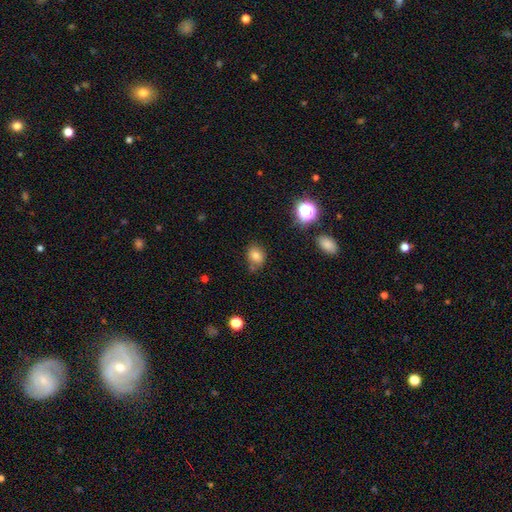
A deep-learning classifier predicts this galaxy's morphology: The model was most divided on "how rounded": round: 55%, in between: 44%, cigar-shaped: 1%. More confident: smooth or featured — smooth (76%); merging — none (69%).